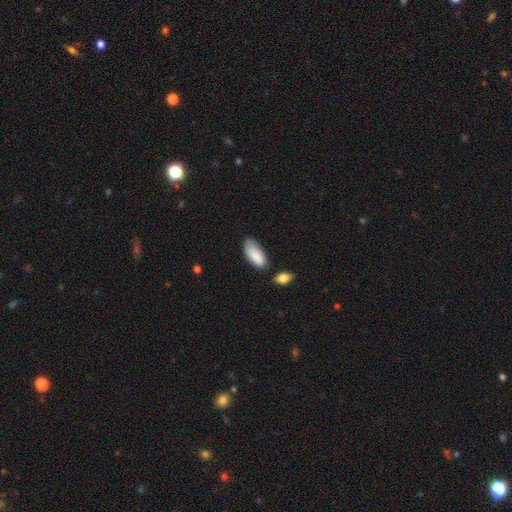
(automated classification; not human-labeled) Q: Smooth or featured?
A: smooth (87%); runner-up: featured or disk (7%)
Q: How rounded?
A: in between (86%); runner-up: cigar-shaped (12%)
Q: Merging?
A: none (61%); runner-up: minor disturbance (27%)